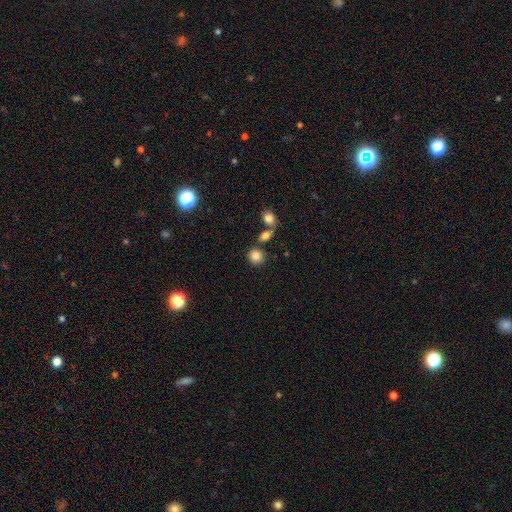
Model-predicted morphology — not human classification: smooth-or-featured: smooth: 83% | star or artifact: 10% | featured or disk: 6%
  how-rounded: round: 83% | in between: 16% | cigar-shaped: 1%
  merging: none: 71% | merger: 15% | minor disturbance: 10% | major disturbance: 4%